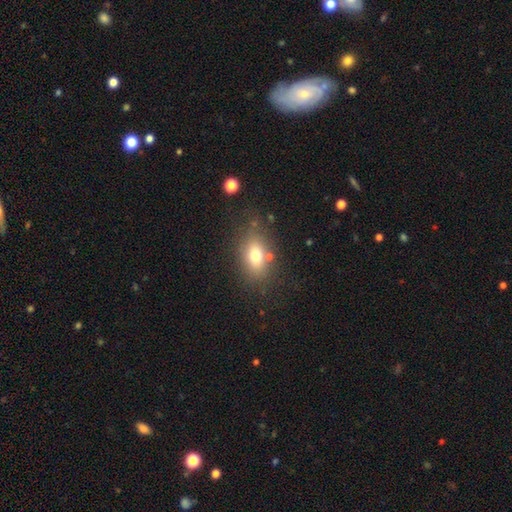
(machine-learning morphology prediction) This is likely a smooth galaxy (73%). How rounded: likely in between (76%). Merging: likely none (73%).